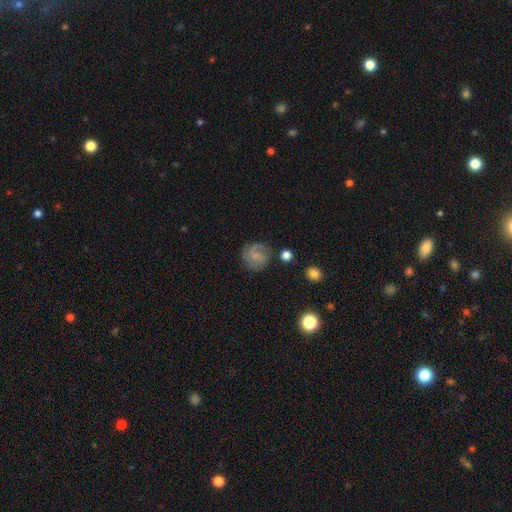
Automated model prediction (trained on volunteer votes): smooth_or_featured: featured or disk (p=0.52) [alt: smooth p=0.39]
disk_edge_on: no (p=0.97) [alt: yes p=0.03]
bar: no (p=0.53) [alt: weak p=0.41]
has_spiral_arms: yes (p=0.86) [alt: no p=0.14]
bulge_size: small (p=0.62) [alt: moderate p=0.19]
merging: none (p=0.71) [alt: minor disturbance p=0.18]